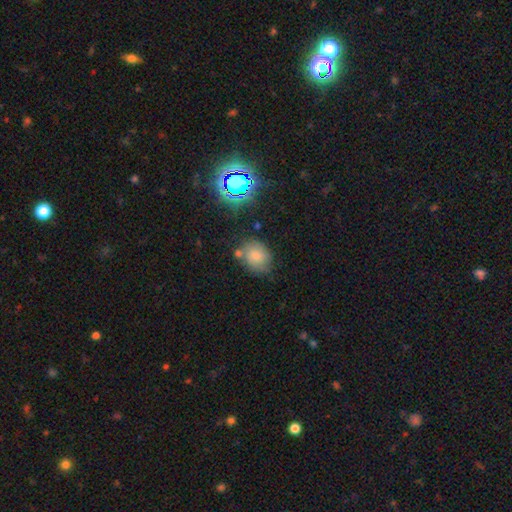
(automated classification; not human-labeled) Smooth or featured? Predicted: smooth (p=0.70). How rounded? Predicted: round (p=0.58). Merging? Predicted: none (p=0.61).